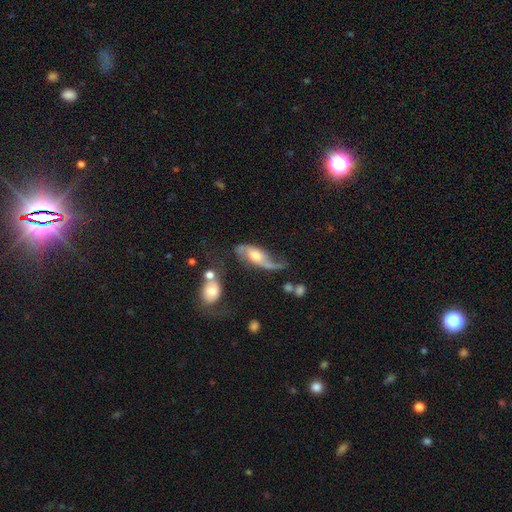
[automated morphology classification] smooth_or_featured: featured or disk (p=0.77) [alt: smooth p=0.16]
disk_edge_on: no (p=0.90) [alt: yes p=0.10]
bar: no (p=0.56) [alt: weak p=0.33]
has_spiral_arms: yes (p=0.91) [alt: no p=0.09]
spiral_winding: loose (p=0.73) [alt: medium p=0.21]
spiral_arm_count: 2 (p=0.81) [alt: 1 p=0.12]
bulge_size: moderate (p=0.62) [alt: small p=0.20]
merging: none (p=0.43) [alt: major disturbance p=0.24]